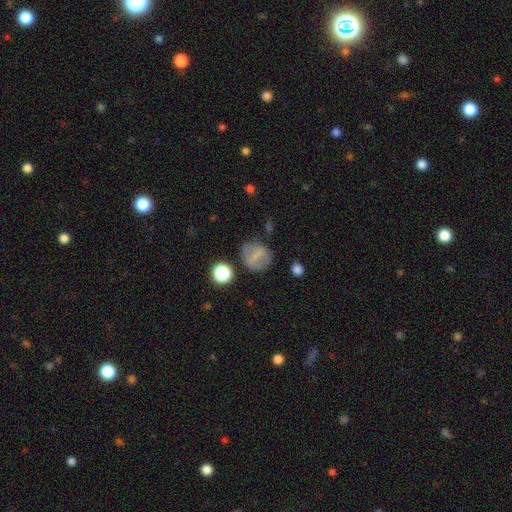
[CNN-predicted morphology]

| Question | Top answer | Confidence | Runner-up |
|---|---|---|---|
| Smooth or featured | smooth | 57% | featured or disk (29%) |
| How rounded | round | 75% | in between (23%) |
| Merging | none | 73% | minor disturbance (15%) |